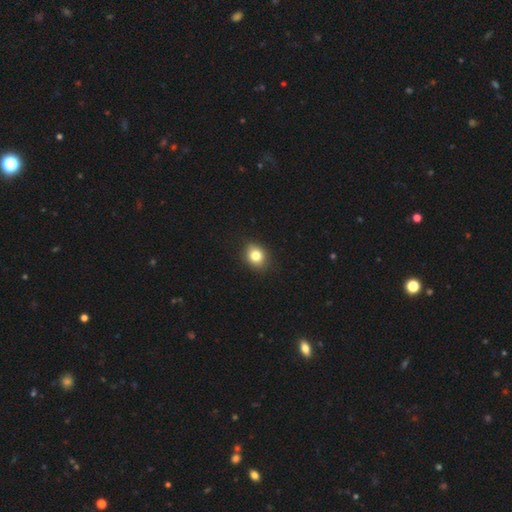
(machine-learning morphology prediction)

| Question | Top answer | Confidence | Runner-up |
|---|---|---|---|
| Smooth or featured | smooth | 81% | star or artifact (10%) |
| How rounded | round | 52% | in between (47%) |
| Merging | none | 88% | minor disturbance (9%) |